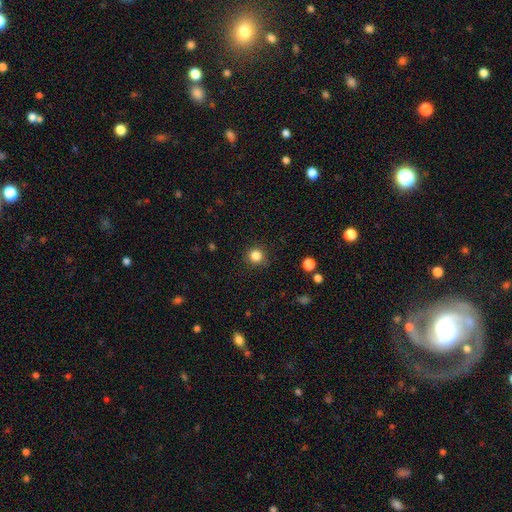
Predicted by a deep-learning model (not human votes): The model was most divided on "smooth or featured": smooth: 84%, star or artifact: 12%, featured or disk: 4%. More confident: how rounded — round (92%); merging — none (89%).